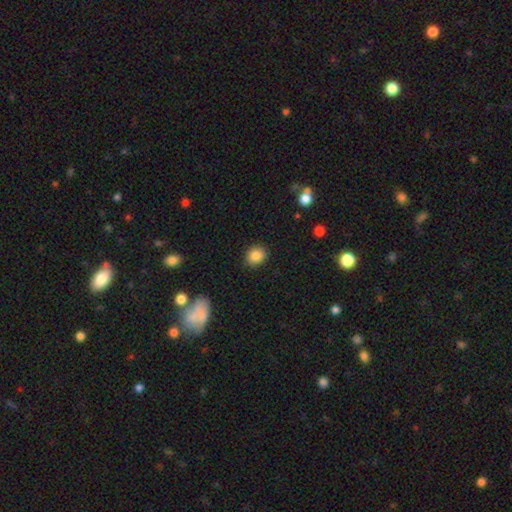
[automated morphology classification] Smooth or featured: smooth — 86% (star or artifact — 9%)
How rounded: round — 64% (in between — 35%)
Merging: none — 87% (minor disturbance — 9%)